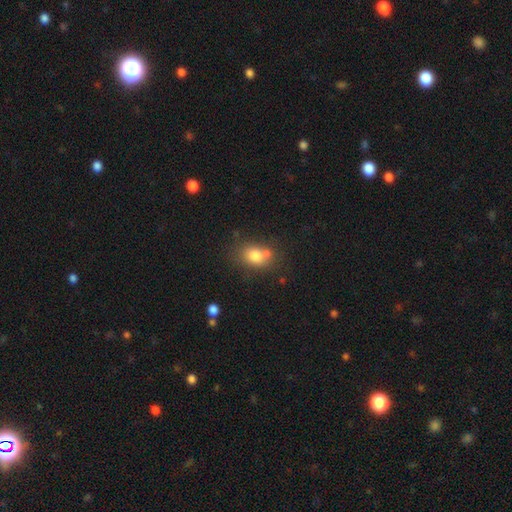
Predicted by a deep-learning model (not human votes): Smooth or featured?
  - smooth: 77% *
  - featured or disk: 12%
  - star or artifact: 11%
How rounded?
  - in between: 59% *
  - round: 39%
  - cigar-shaped: 1%
Merging?
  - none: 56% *
  - merger: 24%
  - minor disturbance: 15%
  - major disturbance: 5%